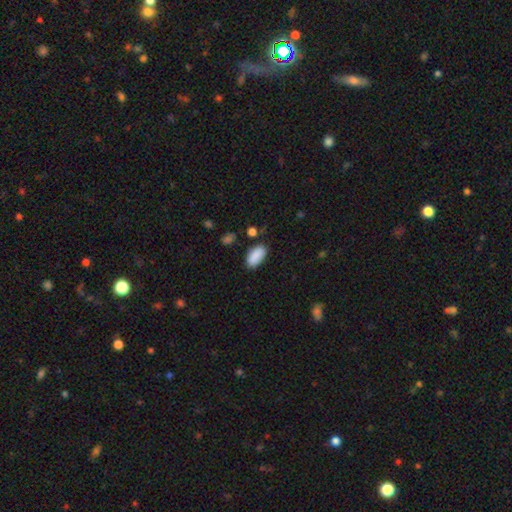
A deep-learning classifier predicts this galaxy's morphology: Smooth or featured? smooth (89%)
How rounded? in between (93%)
Merging? none (80%)